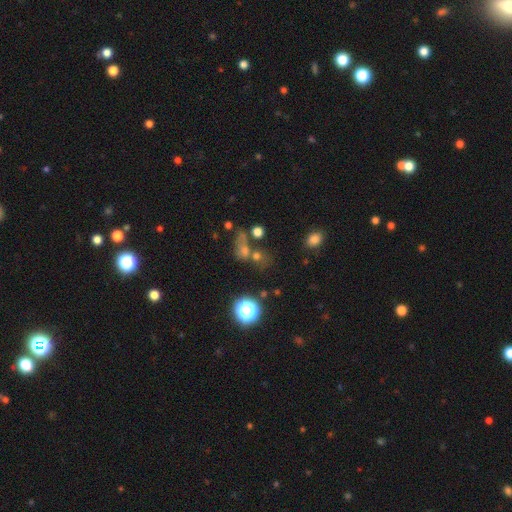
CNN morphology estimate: Smooth or featured? smooth (42%, tied with star or artifact)
Merging? none (45%)